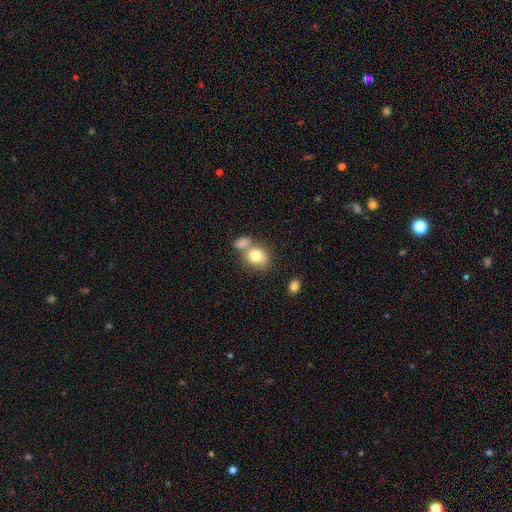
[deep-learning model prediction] Smooth or featured? Predicted: smooth (p=0.80). How rounded? Predicted: round (p=0.53). Merging? Predicted: none (p=0.43).